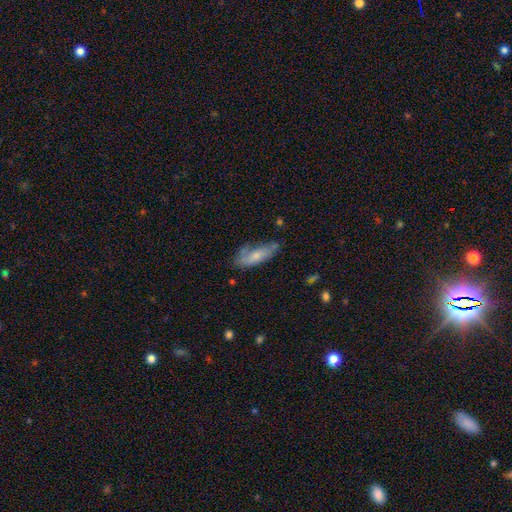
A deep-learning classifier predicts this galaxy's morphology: Q: Smooth or featured?
A: smooth (63%); runner-up: featured or disk (30%)
Q: How rounded?
A: in between (60%); runner-up: cigar-shaped (38%)
Q: Merging?
A: none (56%); runner-up: minor disturbance (28%)